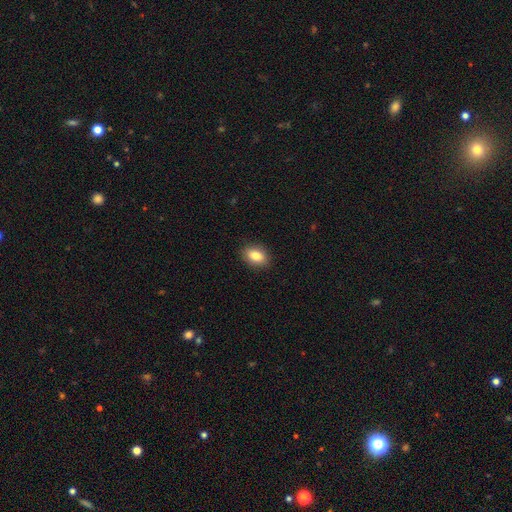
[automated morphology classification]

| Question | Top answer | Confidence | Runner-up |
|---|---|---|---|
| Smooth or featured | smooth | 83% | featured or disk (9%) |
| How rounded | in between | 82% | round (17%) |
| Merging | none | 90% | minor disturbance (8%) |